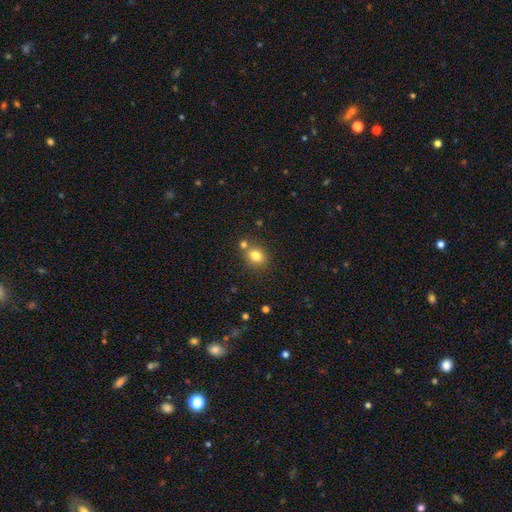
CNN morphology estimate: The model was most divided on "how rounded": round: 69%, in between: 30%, cigar-shaped: 1%. More confident: smooth or featured — smooth (80%); merging — none (67%).